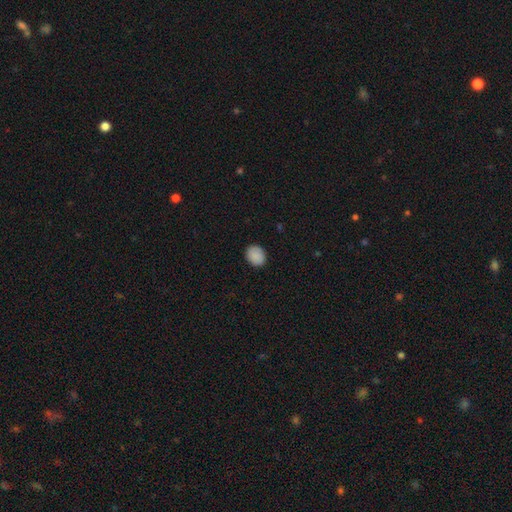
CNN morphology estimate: Smooth or featured? Predicted: smooth (p=0.89). How rounded? Predicted: round (p=0.60). Merging? Predicted: none (p=0.88).